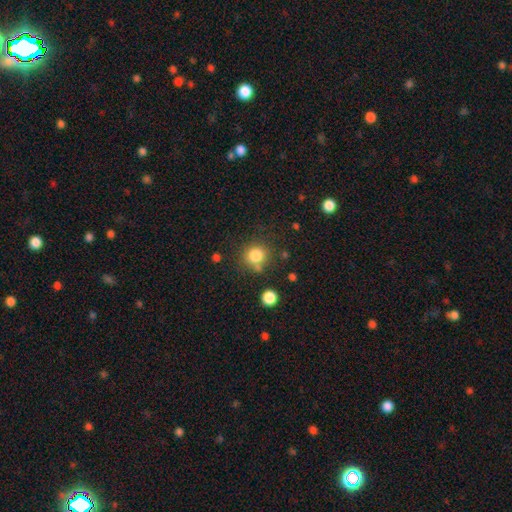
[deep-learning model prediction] Morphology: type=smooth (82%); roundness=round (86%); merging=none (72%).